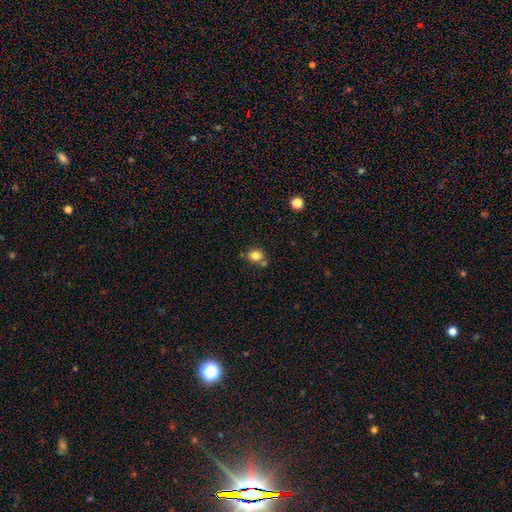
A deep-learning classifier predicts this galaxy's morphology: Overall: smooth (81%). How rounded: round (69%; in between 30%). Merging: none (66%).